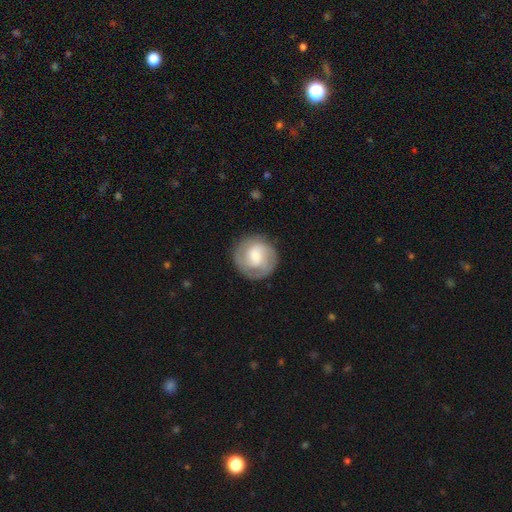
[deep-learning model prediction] The model was most divided on "bar": no: 49%, weak: 41%, strong: 10%. Remaining: edge-on disk — no (97%); spiral arms — yes (83%); merging — none (82%); smooth or featured — featured or disk (54%); bulge size — moderate (49%).